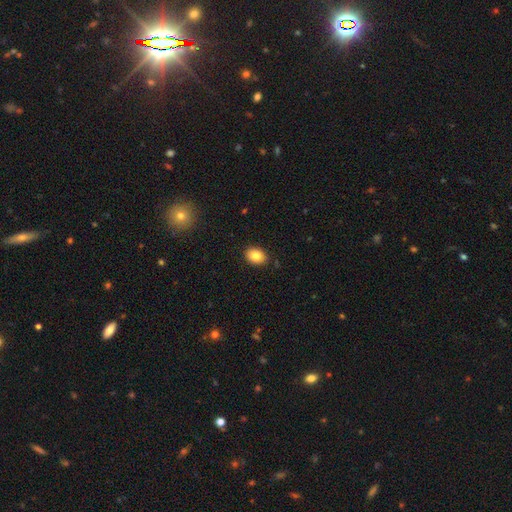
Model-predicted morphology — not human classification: smooth_or_featured: smooth (p=0.84) [alt: star or artifact p=0.09]
how_rounded: in between (p=0.68) [alt: round p=0.31]
merging: none (p=0.88) [alt: minor disturbance p=0.09]